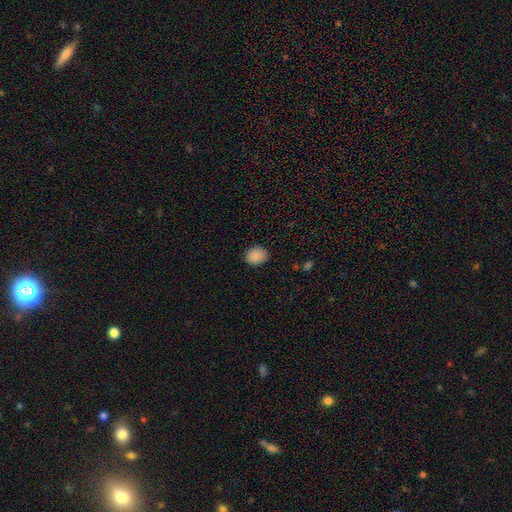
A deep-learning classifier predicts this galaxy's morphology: Smooth or featured?
  - smooth: 88% *
  - star or artifact: 9%
  - featured or disk: 3%
How rounded?
  - round: 54% *
  - in between: 45%
  - cigar-shaped: 1%
Merging?
  - none: 86% *
  - minor disturbance: 11%
  - major disturbance: 2%
  - merger: 1%